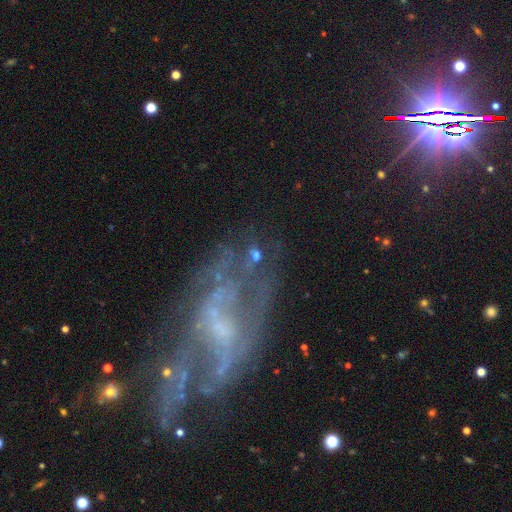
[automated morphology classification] type=featured or disk (55%); edge-on=no (95%); bar=no (68%); spiral arms=yes (57%); bulge=small (36%); merging=none (52%).